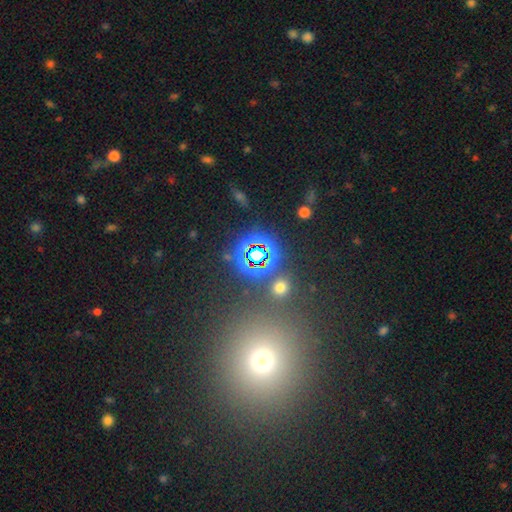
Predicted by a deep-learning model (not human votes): smooth_or_featured: star or artifact (p=0.67) [alt: smooth p=0.23]